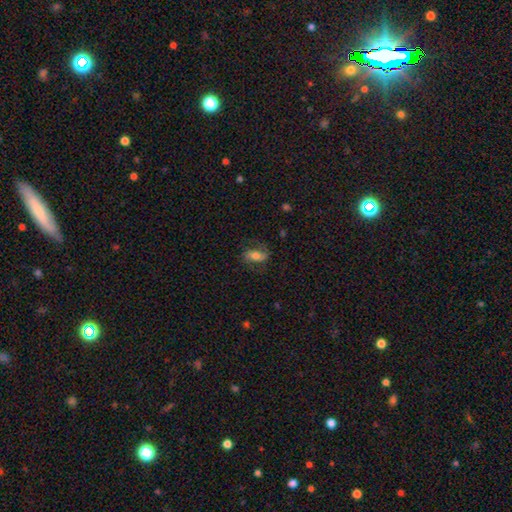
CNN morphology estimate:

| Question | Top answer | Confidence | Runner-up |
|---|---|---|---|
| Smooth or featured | smooth | 57% | featured or disk (35%) |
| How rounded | in between | 85% | round (8%) |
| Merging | none | 70% | minor disturbance (19%) |